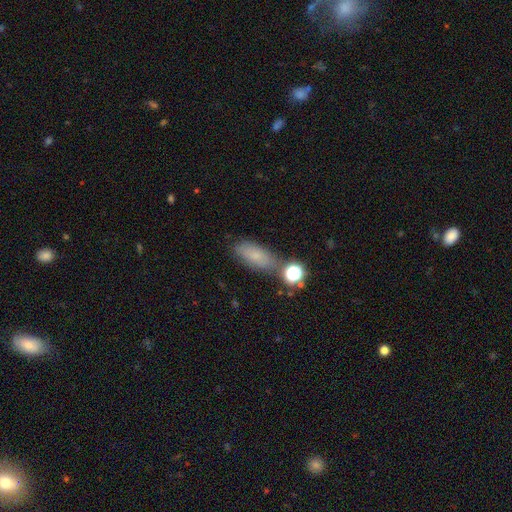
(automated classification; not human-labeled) smooth 73%, featured or disk 14%, star or artifact 13%. Down the decision tree: how rounded — in between (79%); merging — none (67%).